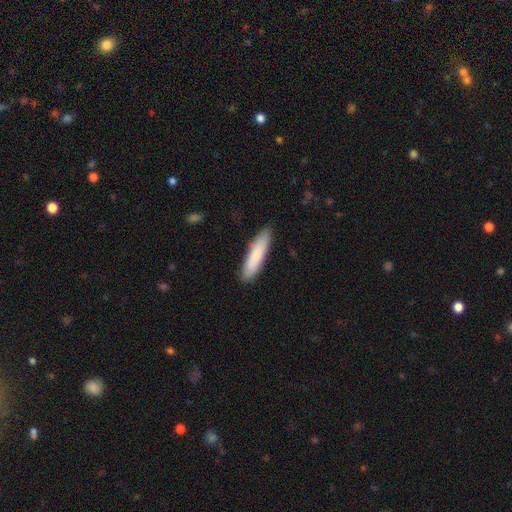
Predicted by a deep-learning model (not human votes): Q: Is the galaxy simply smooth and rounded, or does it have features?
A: smooth — 82%.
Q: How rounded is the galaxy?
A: cigar-shaped — 76%.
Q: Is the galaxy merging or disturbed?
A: none — 88%.